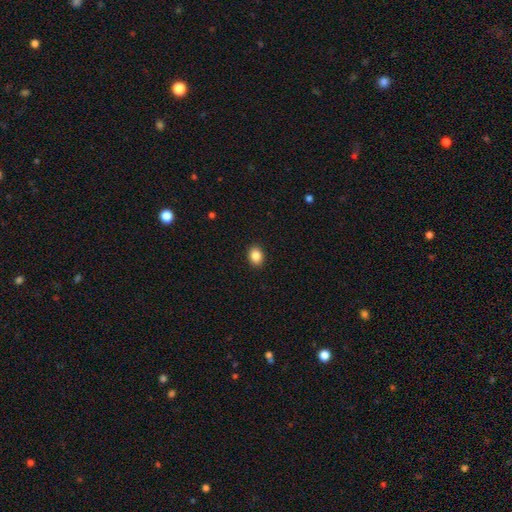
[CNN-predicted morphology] This is clearly a smooth galaxy (87%). How rounded: possibly in between (56%). Merging: clearly none (91%).